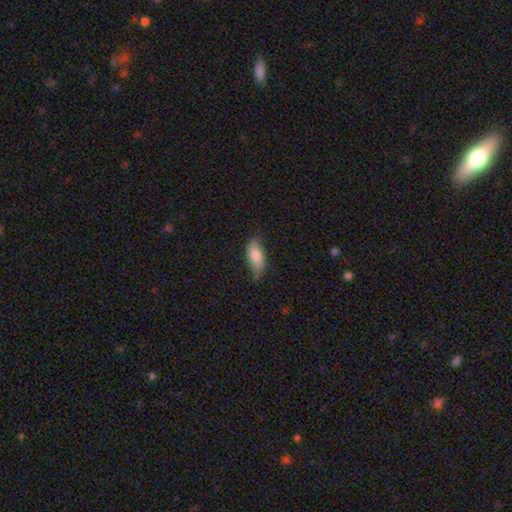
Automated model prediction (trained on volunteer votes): A smooth galaxy with no disk features (75%) that is in between round and cigar-shaped (85%).

Vote fractions:
- Smooth or featured? smooth: 75% / featured or disk: 19% / star or artifact: 7%
- How rounded? in between: 85% / cigar-shaped: 13% / round: 3%
- Merging? none: 71% / minor disturbance: 24% / major disturbance: 4% / merger: 2%